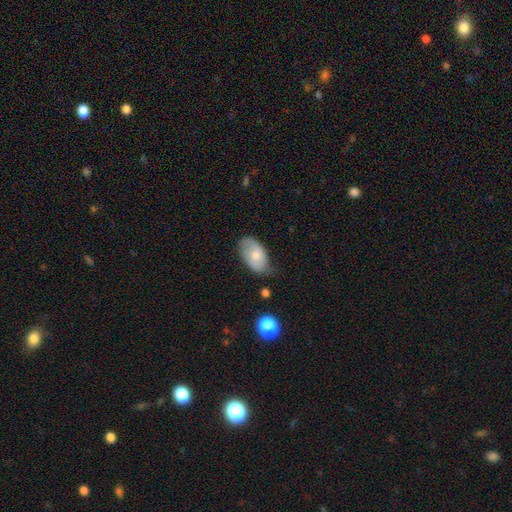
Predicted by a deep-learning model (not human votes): Overall: smooth (68%). How rounded: in between (93%). Merging: none (61%; minor disturbance 30%).